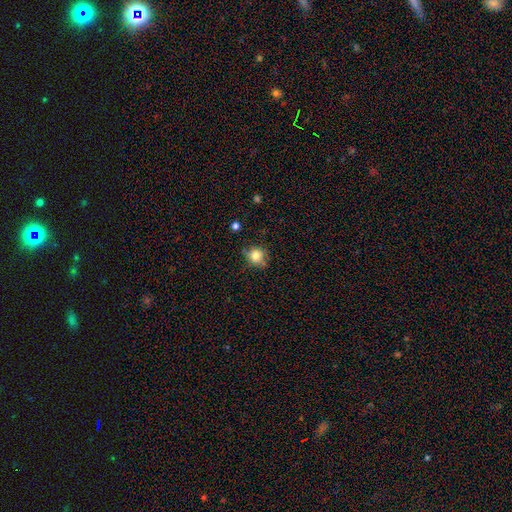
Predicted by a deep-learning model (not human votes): Smooth or featured? smooth (80%)
How rounded? round (86%)
Merging? none (75%)